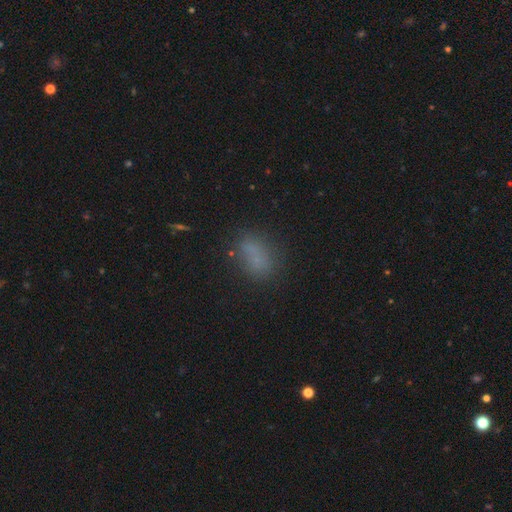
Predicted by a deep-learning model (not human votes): The model was most divided on "merging": none: 71%, minor disturbance: 16%, major disturbance: 7%, merger: 5%. More confident: how rounded — in between (78%); smooth or featured — smooth (72%).